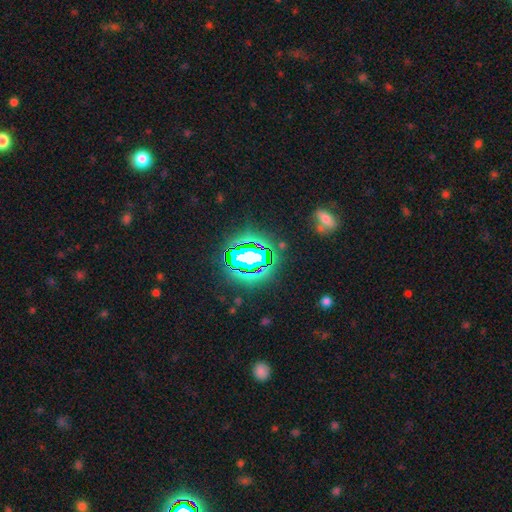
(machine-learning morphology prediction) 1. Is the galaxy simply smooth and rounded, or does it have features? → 77% star or artifact, 13% smooth, 10% featured or disk.